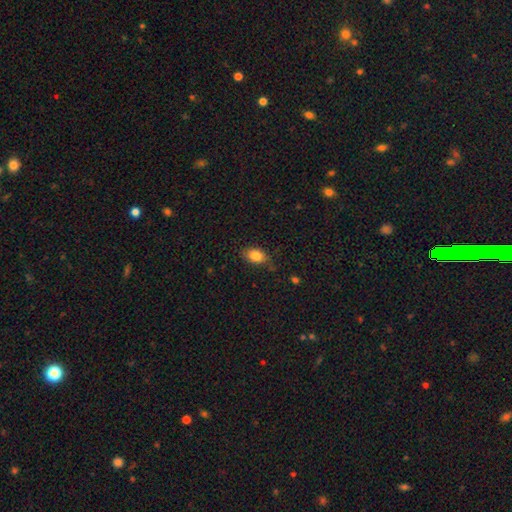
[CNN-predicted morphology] Q: Smooth or featured?
A: smooth (84%); runner-up: star or artifact (8%)
Q: How rounded?
A: in between (83%); runner-up: round (15%)
Q: Merging?
A: none (70%); runner-up: minor disturbance (23%)